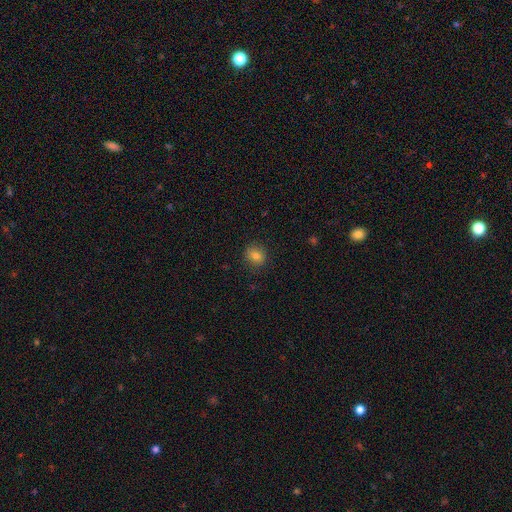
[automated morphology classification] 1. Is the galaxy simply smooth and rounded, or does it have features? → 81% smooth, 12% star or artifact, 7% featured or disk.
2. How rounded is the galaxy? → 71% round, 28% in between, 1% cigar-shaped.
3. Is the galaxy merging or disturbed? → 87% none, 10% minor disturbance, 3% major disturbance, 1% merger.